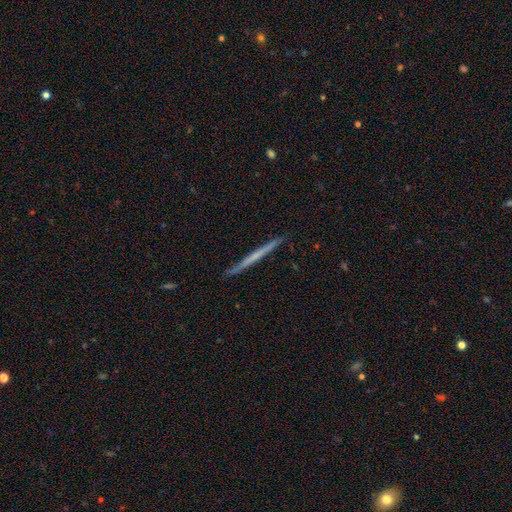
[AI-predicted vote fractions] smooth-or-featured: featured or disk: 57% | smooth: 37% | star or artifact: 6%
  disk-edge-on: yes: 98% | no: 2%
    edge-on-bulge: none: 80% | rounded: 15% | boxy: 4%
  merging: none: 91% | minor disturbance: 7% | major disturbance: 1% | merger: 1%